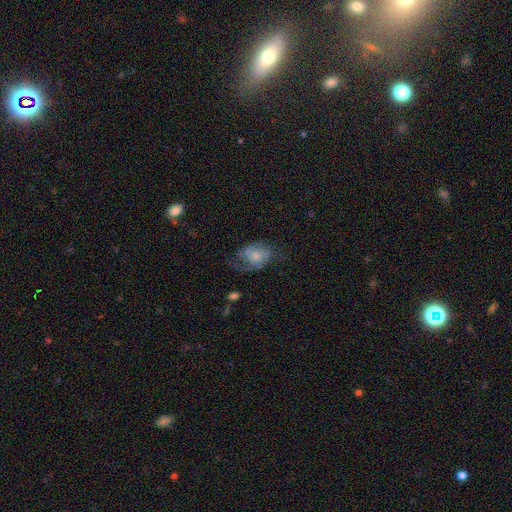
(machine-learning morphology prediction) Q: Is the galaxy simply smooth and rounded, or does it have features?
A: featured or disk — 53%.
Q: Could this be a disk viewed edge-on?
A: no — 96%.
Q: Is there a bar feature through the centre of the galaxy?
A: no — 74%.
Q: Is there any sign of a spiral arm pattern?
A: yes — 79%.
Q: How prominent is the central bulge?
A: small — 46%.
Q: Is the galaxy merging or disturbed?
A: none — 39%.